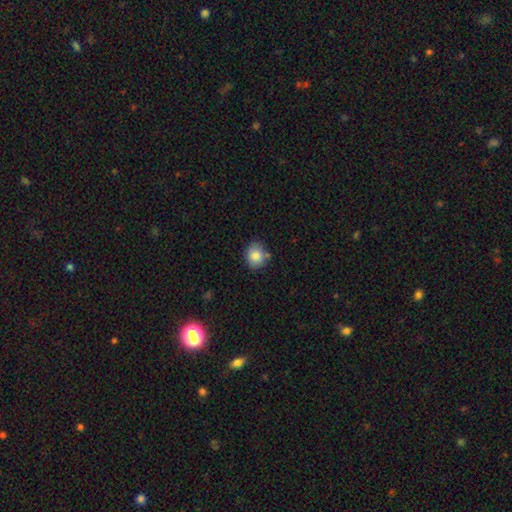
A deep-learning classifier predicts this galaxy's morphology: Smooth or featured? smooth (85%)
How rounded? round (73%)
Merging? none (72%)